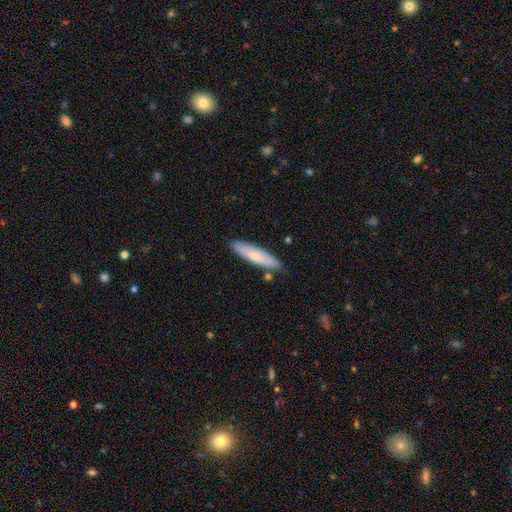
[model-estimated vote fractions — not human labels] smooth 67%, featured or disk 28%, star or artifact 6%. Down the decision tree: how rounded — cigar-shaped (80%); merging — none (83%).